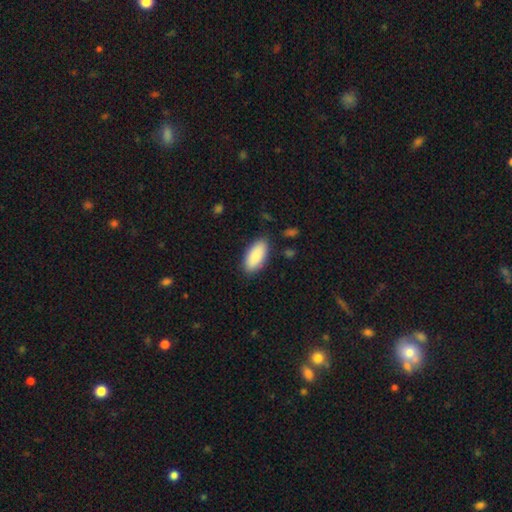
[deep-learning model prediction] Q: Smooth or featured?
A: smooth (89%); runner-up: star or artifact (6%)
Q: How rounded?
A: in between (90%); runner-up: cigar-shaped (8%)
Q: Merging?
A: none (85%); runner-up: minor disturbance (11%)